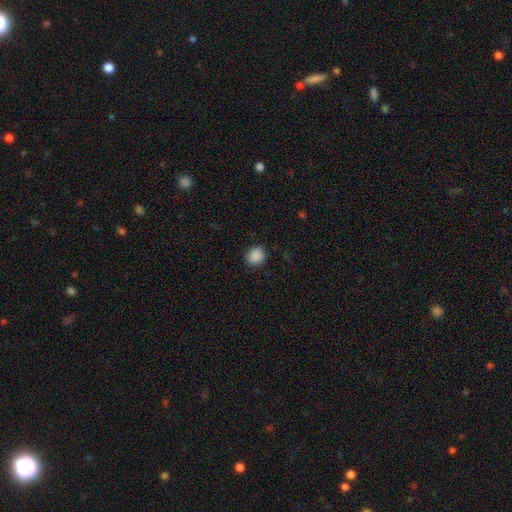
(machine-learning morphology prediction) Smooth or featured? Predicted: smooth (p=0.89). How rounded? Predicted: round (p=0.76). Merging? Predicted: none (p=0.89).